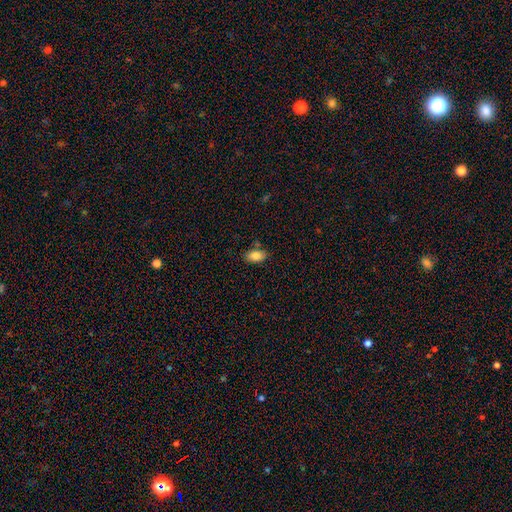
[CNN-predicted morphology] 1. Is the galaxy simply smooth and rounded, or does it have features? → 84% smooth, 8% star or artifact, 8% featured or disk.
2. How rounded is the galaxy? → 90% in between, 7% round, 3% cigar-shaped.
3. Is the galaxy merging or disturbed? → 80% none, 14% minor disturbance, 4% merger, 3% major disturbance.